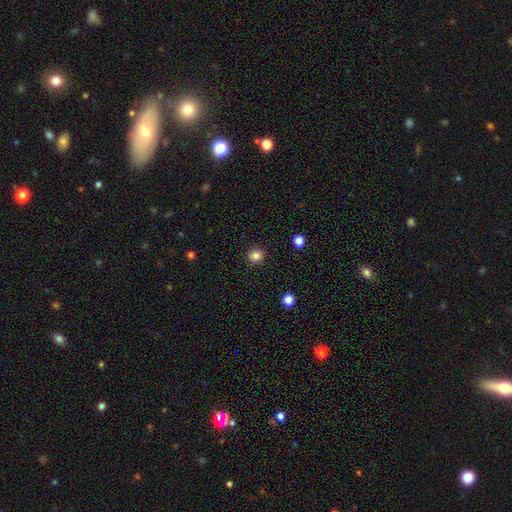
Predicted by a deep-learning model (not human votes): This is clearly a smooth galaxy (83%). How rounded: clearly round (80%). Merging: clearly none (91%).